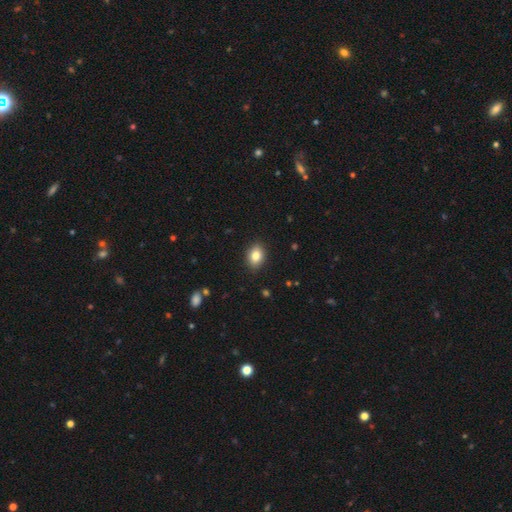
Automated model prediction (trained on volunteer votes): smooth-or-featured: smooth: 84% | star or artifact: 9% | featured or disk: 8%
  how-rounded: in between: 73% | round: 26% | cigar-shaped: 1%
  merging: none: 89% | minor disturbance: 8% | major disturbance: 2% | merger: 1%